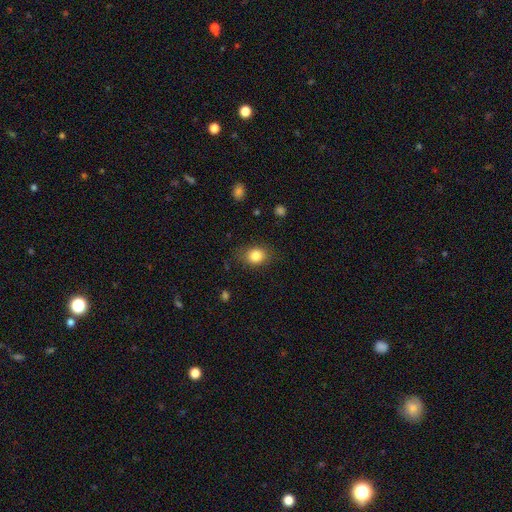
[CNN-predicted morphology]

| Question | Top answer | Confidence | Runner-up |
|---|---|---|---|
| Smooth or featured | smooth | 84% | star or artifact (9%) |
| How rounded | in between | 55% | round (44%) |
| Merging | none | 79% | minor disturbance (15%) |